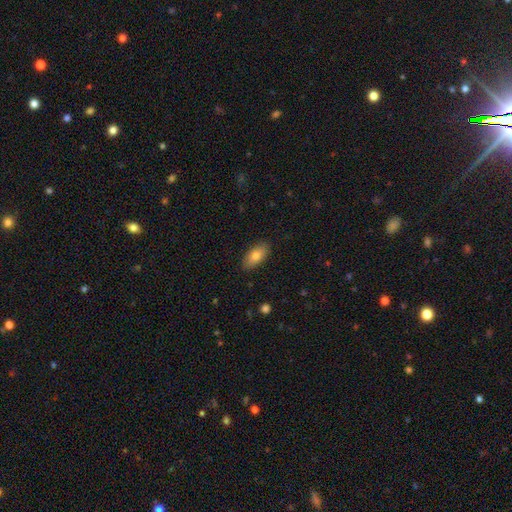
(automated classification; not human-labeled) Overall: smooth (79%). How rounded: in between (89%). Merging: none (88%).